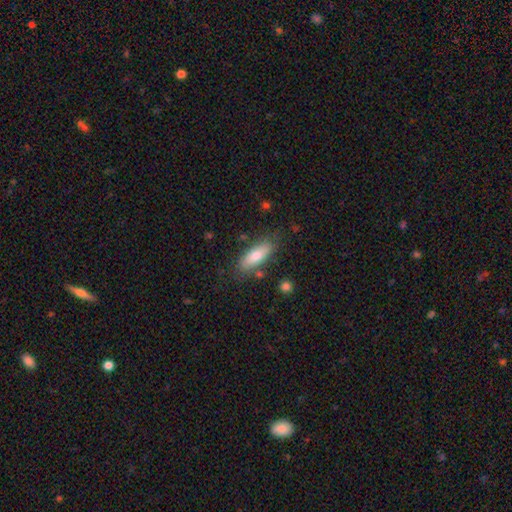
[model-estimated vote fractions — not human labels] Overall: smooth (76%). How rounded: in between (61%; cigar-shaped 37%). Merging: none (80%).